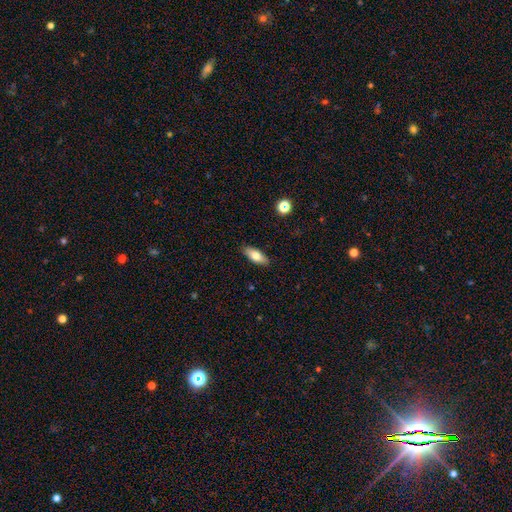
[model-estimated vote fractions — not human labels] Smooth or featured?
  - smooth: 74% *
  - featured or disk: 19%
  - star or artifact: 7%
How rounded?
  - in between: 75% *
  - cigar-shaped: 23%
  - round: 3%
Merging?
  - none: 88% *
  - minor disturbance: 9%
  - major disturbance: 2%
  - merger: 1%